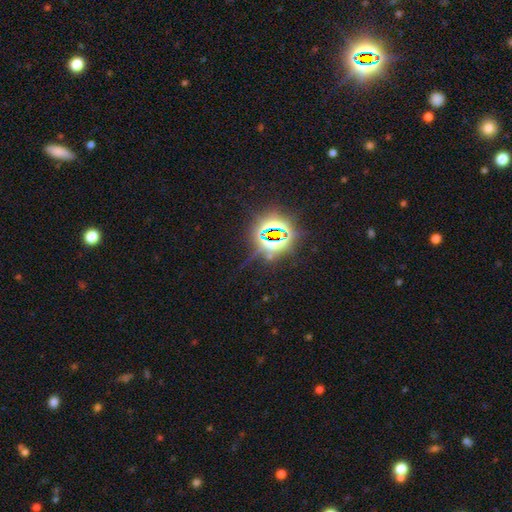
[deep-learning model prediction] This appears to be a star or artifact, not a galaxy (82%).